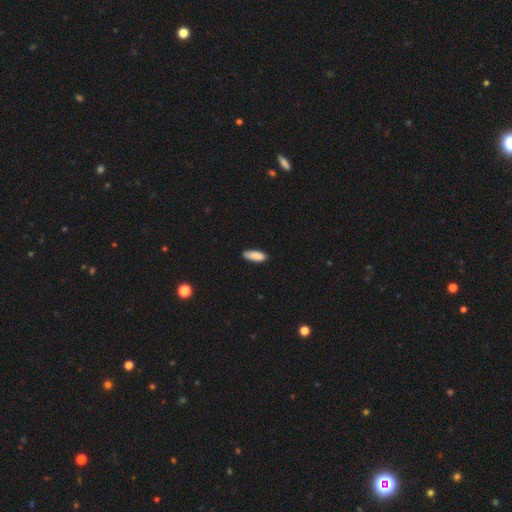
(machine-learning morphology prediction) This appears to be a smooth galaxy with no disk features (89%) that is in between round and cigar-shaped (74%). Merging: none (82%).